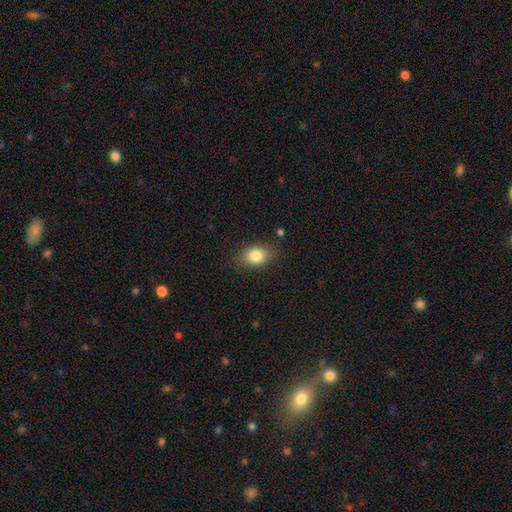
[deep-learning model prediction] smooth 83%, star or artifact 9%, featured or disk 8%. Down the decision tree: how rounded — in between (65%); merging — none (79%).